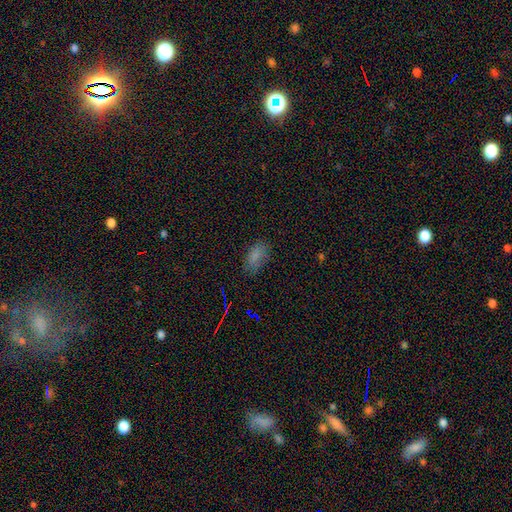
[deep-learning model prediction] smooth_or_featured: smooth (p=0.79) [alt: star or artifact p=0.15]
how_rounded: in between (p=0.91) [alt: round p=0.05]
merging: none (p=0.76) [alt: minor disturbance p=0.18]